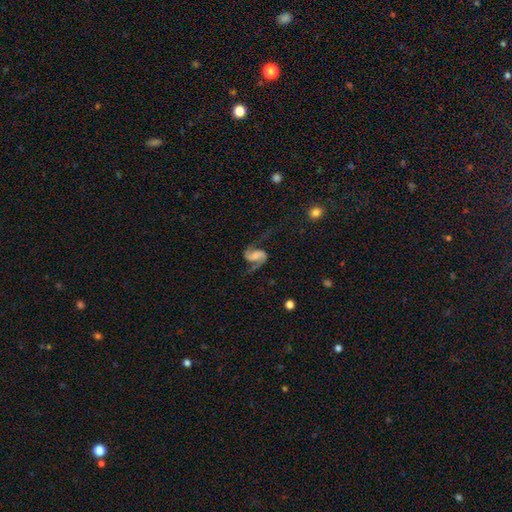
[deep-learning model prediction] Smooth or featured? featured or disk (86%)
Edge-on disk? no (98%)
Bar? weak (41%)
Spiral arms? yes (97%)
Spiral winding? loose (54%)
Spiral arm count? 2 (93%)
Bulge size? none (45%)
Merging? none (69%)